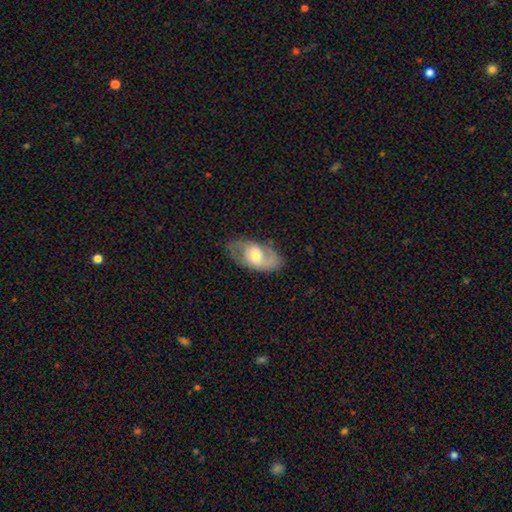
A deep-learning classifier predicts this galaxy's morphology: Smooth or featured? Predicted: featured or disk (p=0.64). Edge-on disk? Predicted: no (p=0.92). Bar? Predicted: no (p=0.56). Spiral arms? Predicted: yes (p=0.81). Bulge size? Predicted: moderate (p=0.64). Merging? Predicted: none (p=0.72).